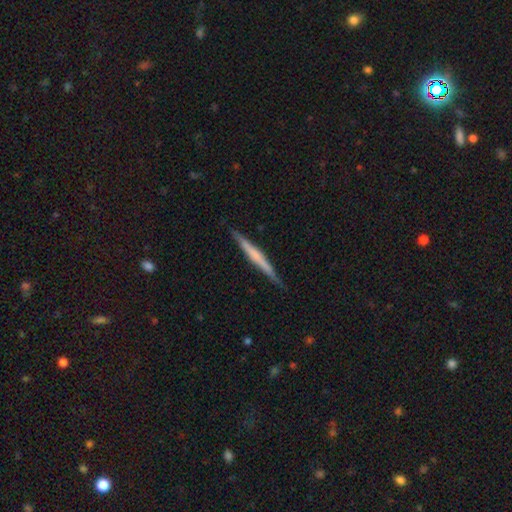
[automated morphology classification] Smooth or featured? featured or disk (55%)
Edge-on disk? yes (98%)
Edge-on bulge? none (62%)
Merging? none (88%)